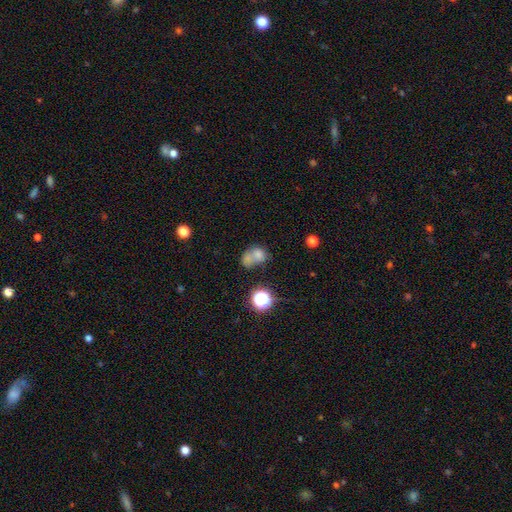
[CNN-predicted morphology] type=smooth (68%); roundness=round (50%); merging=merger (55%).